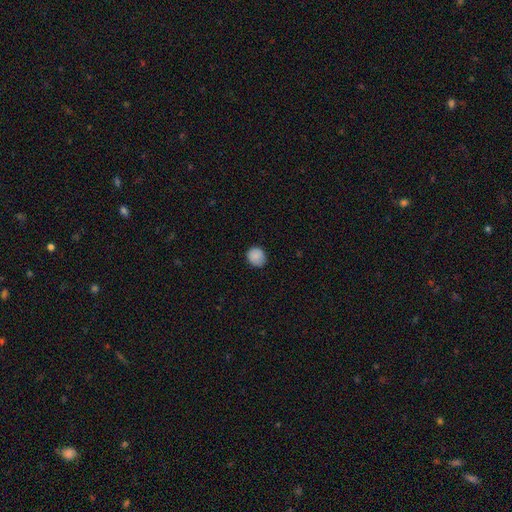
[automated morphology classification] Q: Smooth or featured?
A: smooth (87%); runner-up: star or artifact (8%)
Q: How rounded?
A: round (78%); runner-up: in between (21%)
Q: Merging?
A: none (83%); runner-up: minor disturbance (14%)